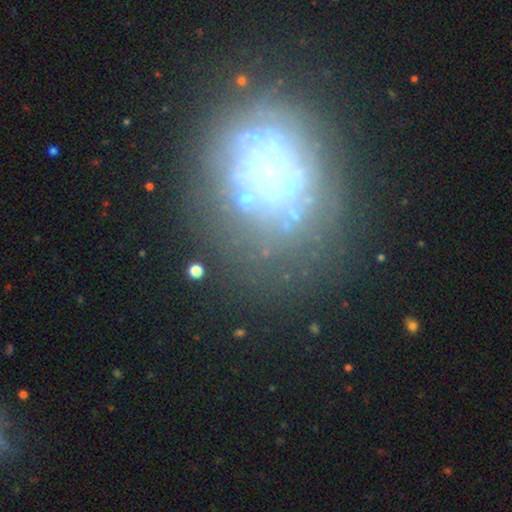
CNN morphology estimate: type=featured or disk (54%); edge-on=no (96%); bar=no (86%); spiral arms=no (84%); bulge=none (63%); merging=none (54%).